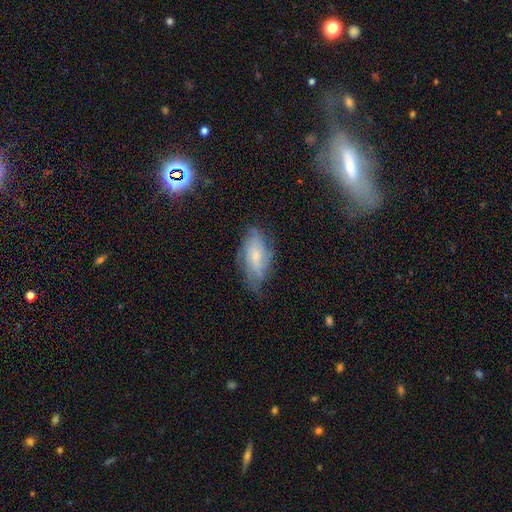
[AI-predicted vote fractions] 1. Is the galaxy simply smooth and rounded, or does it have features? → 64% featured or disk, 27% smooth, 9% star or artifact.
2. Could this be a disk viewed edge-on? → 91% no, 9% yes.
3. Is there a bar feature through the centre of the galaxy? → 71% no, 25% weak, 5% strong.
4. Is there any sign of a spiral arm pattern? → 88% yes, 12% no.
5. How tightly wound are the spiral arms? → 46% tight, 38% medium, 17% loose.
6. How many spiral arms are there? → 45% can't tell, 18% 2, 17% 3, 11% 4, 5% more than 4, 5% 1.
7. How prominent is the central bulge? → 71% small, 22% moderate, 4% none, 2% large, 1% dominant.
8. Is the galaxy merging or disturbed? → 64% none, 25% minor disturbance, 10% major disturbance, 2% merger.